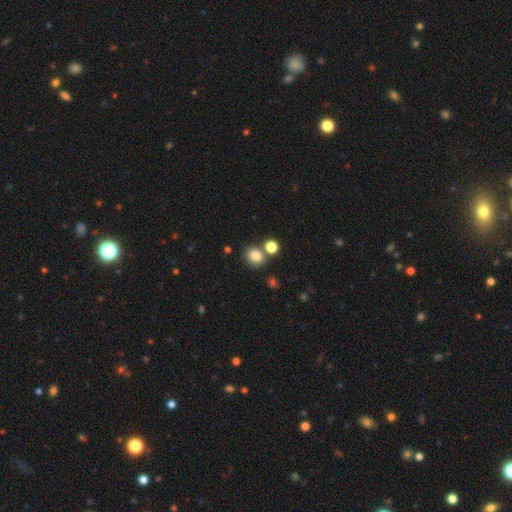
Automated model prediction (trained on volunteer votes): This is clearly a smooth galaxy (82%). How rounded: likely round (67%). Merging: likely none (66%).